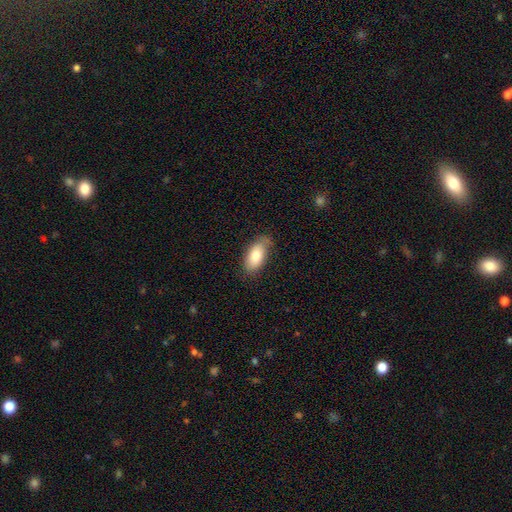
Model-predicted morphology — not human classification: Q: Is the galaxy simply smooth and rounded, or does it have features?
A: smooth — 80%.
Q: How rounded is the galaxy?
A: in between — 91%.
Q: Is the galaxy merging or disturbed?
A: none — 72%.